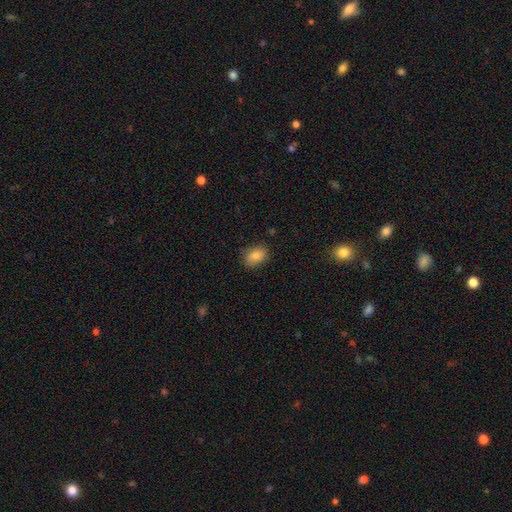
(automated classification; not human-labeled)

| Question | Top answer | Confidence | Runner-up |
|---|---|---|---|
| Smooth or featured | smooth | 83% | star or artifact (9%) |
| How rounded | in between | 76% | round (22%) |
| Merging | none | 82% | minor disturbance (14%) |